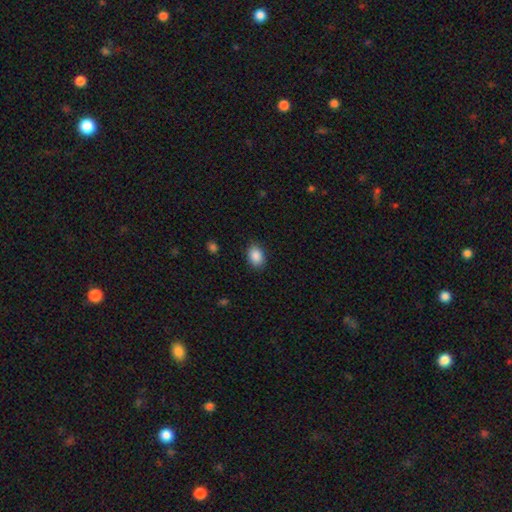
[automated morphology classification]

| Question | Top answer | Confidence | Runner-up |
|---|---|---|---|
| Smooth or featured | smooth | 88% | star or artifact (8%) |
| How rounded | in between | 77% | round (22%) |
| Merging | none | 86% | minor disturbance (10%) |